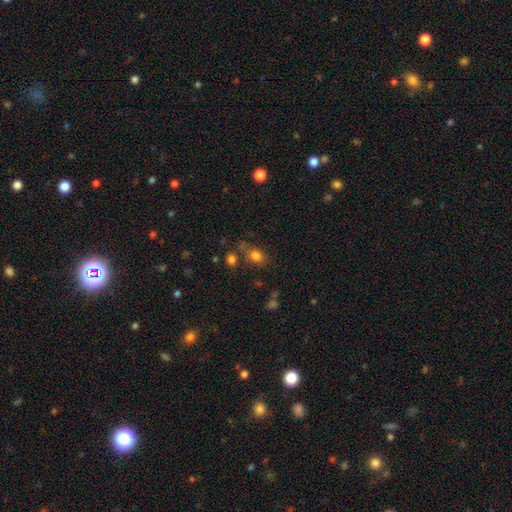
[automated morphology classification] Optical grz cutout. It shows a smooth galaxy with no disk features (79%) that is in between round and cigar-shaped (53%). Merging: none (63%).